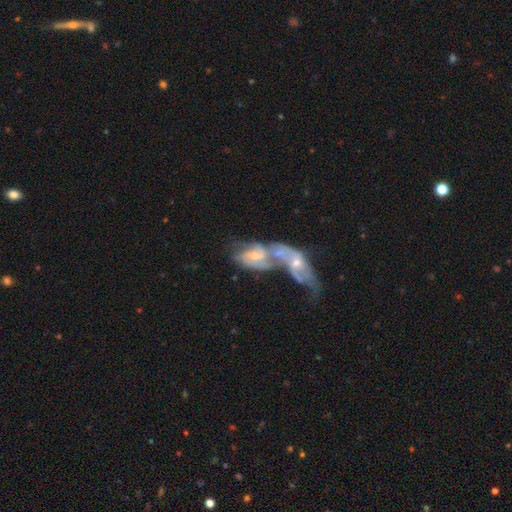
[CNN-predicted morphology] A featured or disk galaxy (75%) with no bar (60%), 2 (51%) medium (41%) spiral arms (83%) and a small central bulge (51%).

Vote fractions:
- Smooth or featured? featured or disk: 75% / smooth: 17% / star or artifact: 8%
- Edge-on disk? no: 94% / yes: 6%
- Bar? no: 60% / weak: 32% / strong: 8%
- Spiral arms? yes: 83% / no: 17%
- Spiral winding? medium: 41% / tight: 38% / loose: 21%
- Spiral arm count? 2: 51% / can't tell: 34% / 1: 5% / 3: 5% / 4: 2% / more than 4: 2%
- Bulge size? small: 51% / moderate: 44% / none: 2% / large: 2% / dominant: 1%
- Merging? merger: 80% / none: 9% / major disturbance: 6% / minor disturbance: 5%